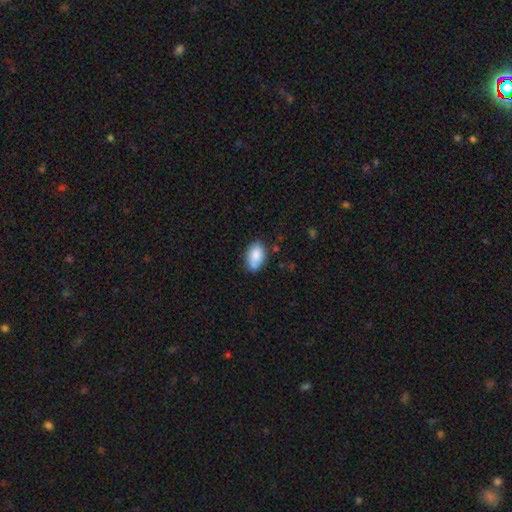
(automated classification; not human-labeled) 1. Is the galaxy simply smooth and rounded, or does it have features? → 84% smooth, 9% featured or disk, 7% star or artifact.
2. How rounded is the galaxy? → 90% in between, 8% round, 1% cigar-shaped.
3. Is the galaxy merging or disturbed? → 71% none, 20% minor disturbance, 6% merger, 4% major disturbance.